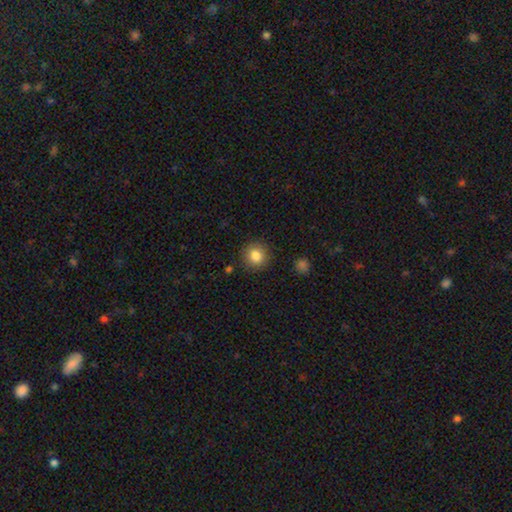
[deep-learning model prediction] Q: Smooth or featured?
A: smooth (84%); runner-up: star or artifact (10%)
Q: How rounded?
A: round (91%); runner-up: in between (8%)
Q: Merging?
A: none (89%); runner-up: minor disturbance (7%)